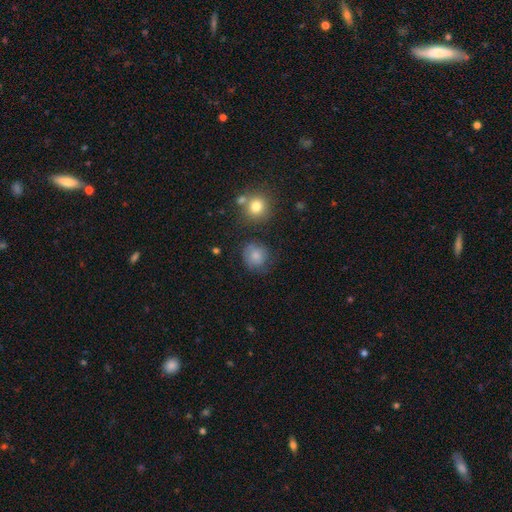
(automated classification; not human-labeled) Smooth or featured? smooth (76%)
How rounded? round (83%)
Merging? none (64%)